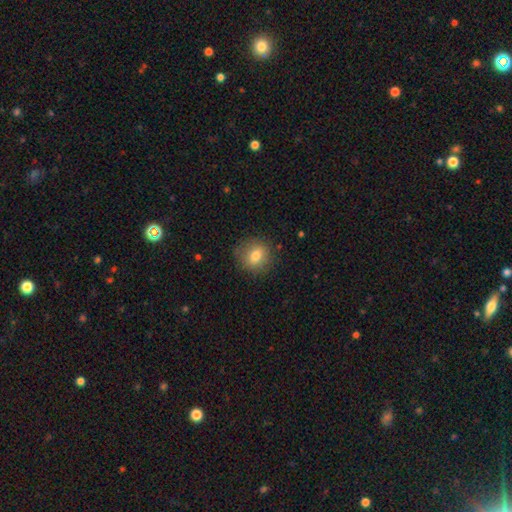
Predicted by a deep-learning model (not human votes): Overall: smooth (77%). How rounded: round (81%). Merging: none (84%).